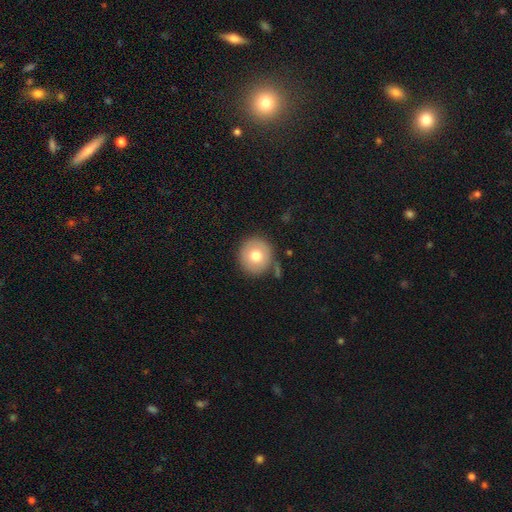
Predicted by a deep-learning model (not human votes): Smooth or featured: smooth — 73% (featured or disk — 19%)
How rounded: round — 91% (in between — 8%)
Merging: none — 82% (minor disturbance — 10%)